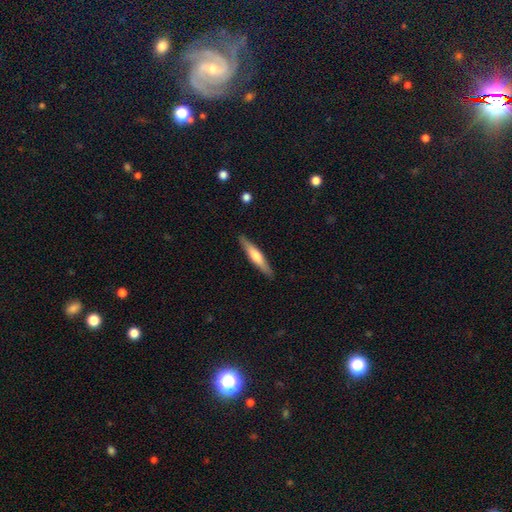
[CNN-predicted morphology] Smooth or featured?
  - featured or disk: 48% *
  - smooth: 47%
  - star or artifact: 5%
Merging?
  - none: 89% *
  - minor disturbance: 8%
  - major disturbance: 2%
  - merger: 1%